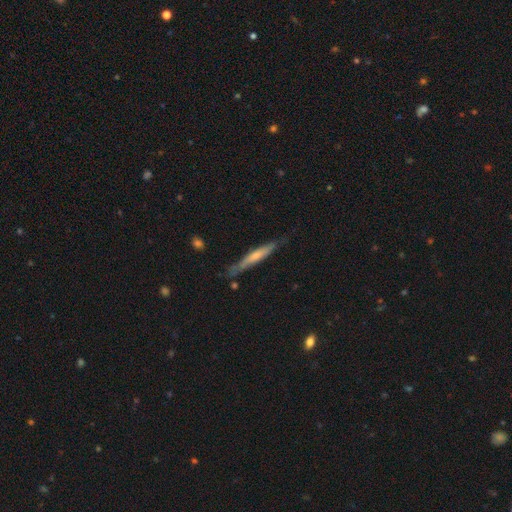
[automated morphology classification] smooth_or_featured: smooth (p=0.50) [alt: featured or disk p=0.44]
how_rounded: cigar-shaped (p=0.94) [alt: in between p=0.05]
merging: none (p=0.74) [alt: minor disturbance p=0.20]